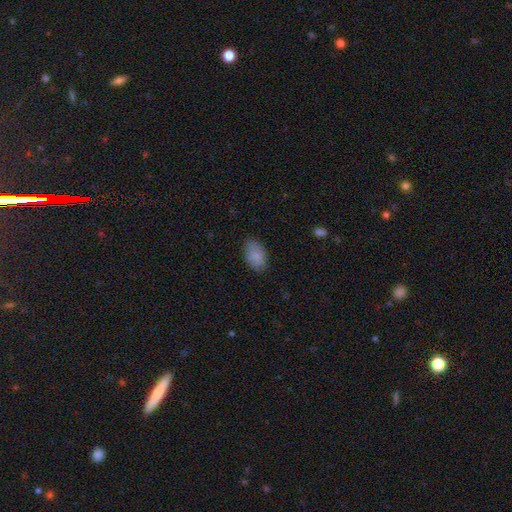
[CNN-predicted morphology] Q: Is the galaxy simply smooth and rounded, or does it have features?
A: smooth — 87%.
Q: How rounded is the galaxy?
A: in between — 92%.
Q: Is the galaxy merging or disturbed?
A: none — 84%.